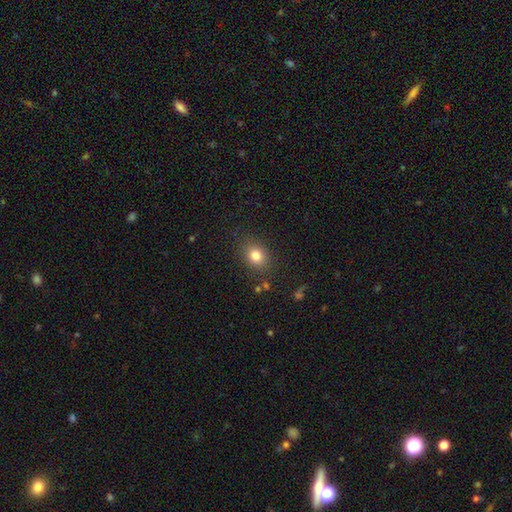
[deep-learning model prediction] Smooth or featured?
  - smooth: 80% *
  - star or artifact: 12%
  - featured or disk: 8%
How rounded?
  - in between: 50% *
  - round: 49%
  - cigar-shaped: 1%
Merging?
  - none: 84% *
  - minor disturbance: 11%
  - major disturbance: 4%
  - merger: 2%